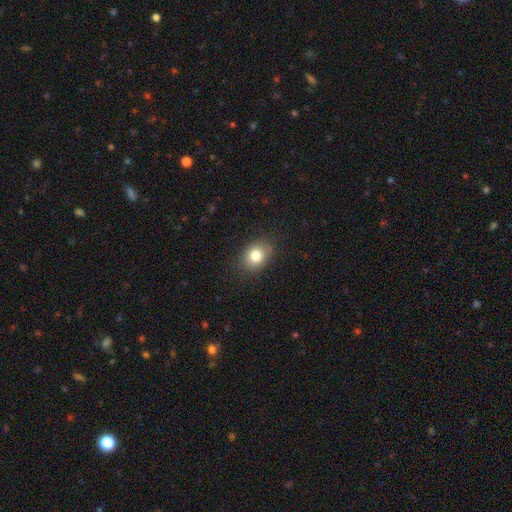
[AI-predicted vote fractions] Smooth or featured? Predicted: smooth (p=0.80). How rounded? Predicted: in between (p=0.58). Merging? Predicted: none (p=0.85).